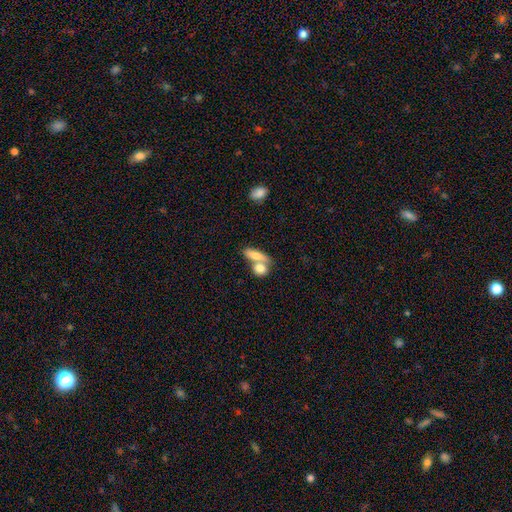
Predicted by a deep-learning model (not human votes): The model was most divided on "merging": merger: 56%, none: 31%, minor disturbance: 8%, major disturbance: 5%. More confident: smooth or featured — smooth (76%); how rounded — in between (64%).